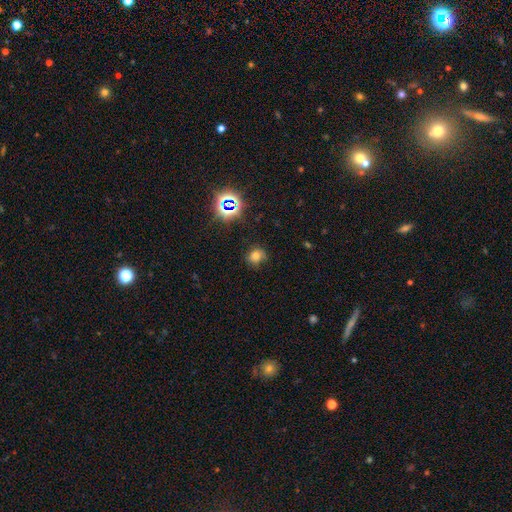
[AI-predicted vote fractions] smooth-or-featured: smooth: 62% | star or artifact: 25% | featured or disk: 13%
  how-rounded: round: 67% | in between: 32% | cigar-shaped: 1%
  merging: none: 64% | minor disturbance: 24% | major disturbance: 10% | merger: 2%